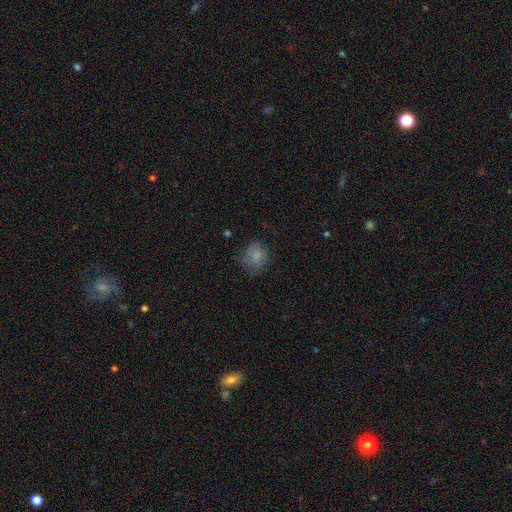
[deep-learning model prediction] The model was most divided on "merging": none: 57%, minor disturbance: 28%, major disturbance: 14%, merger: 1%. More confident: smooth or featured — smooth (76%); how rounded — round (72%).